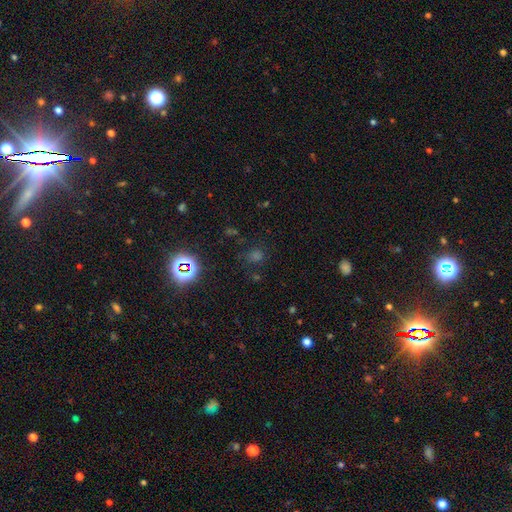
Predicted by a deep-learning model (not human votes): smooth-or-featured: star or artifact: 55% | smooth: 36% | featured or disk: 8%